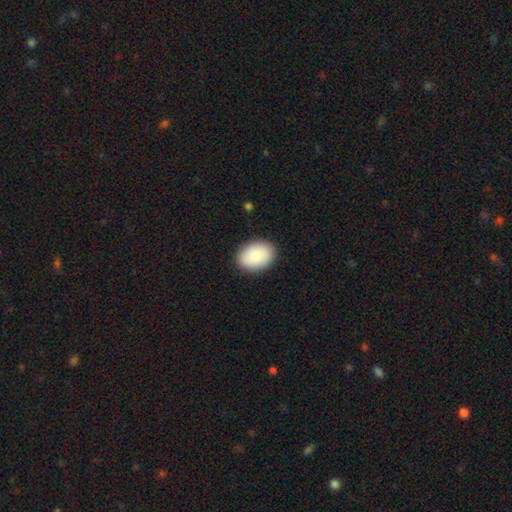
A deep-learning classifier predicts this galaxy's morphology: smooth-or-featured: smooth: 87% | featured or disk: 7% | star or artifact: 6%
  how-rounded: in between: 79% | round: 20% | cigar-shaped: 1%
  merging: none: 89% | minor disturbance: 8% | major disturbance: 2% | merger: 1%